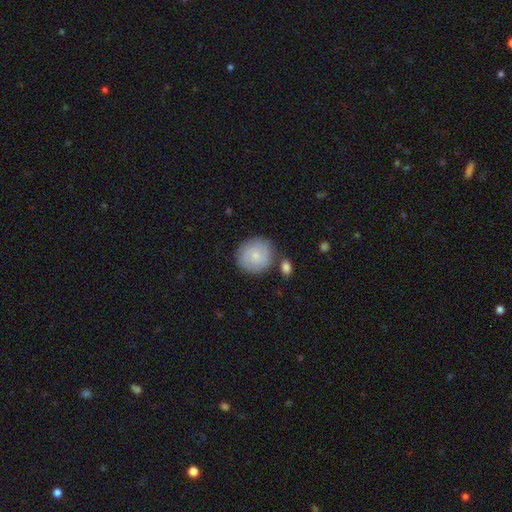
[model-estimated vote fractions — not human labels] smooth_or_featured: smooth (p=0.70) [alt: featured or disk p=0.24]
how_rounded: round (p=0.87) [alt: in between p=0.12]
merging: none (p=0.77) [alt: minor disturbance p=0.13]